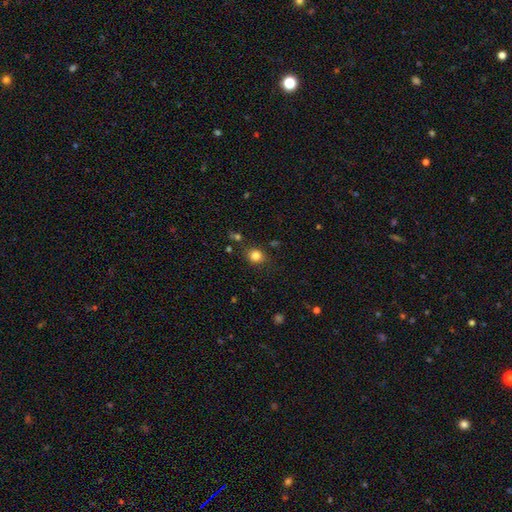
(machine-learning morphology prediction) Smooth or featured? smooth (82%)
How rounded? round (76%)
Merging? none (80%)